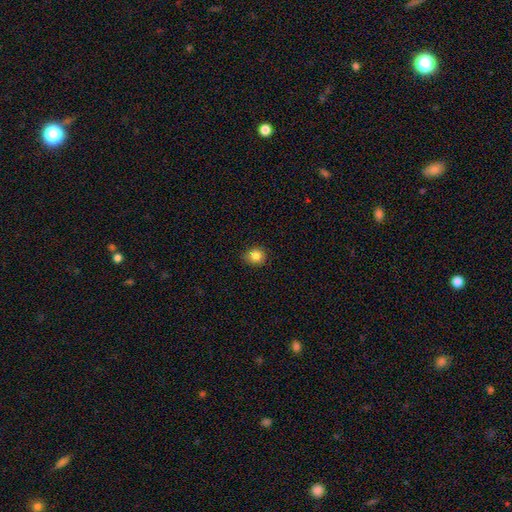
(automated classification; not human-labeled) Morphology: type=smooth (84%); roundness=round (76%); merging=none (81%).